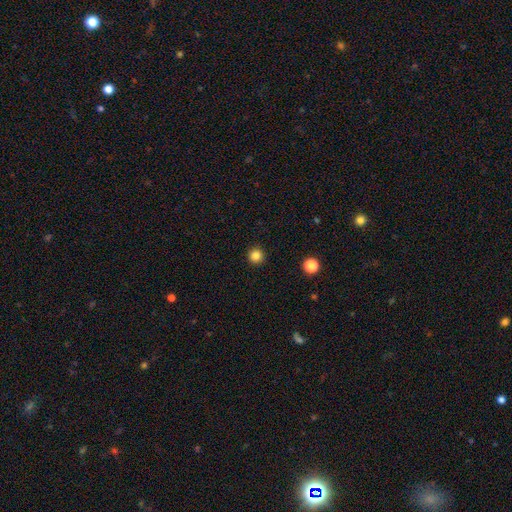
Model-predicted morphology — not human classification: A smooth galaxy with no disk features (84%) that is round (96%).

Vote fractions:
- Smooth or featured? smooth: 84% / star or artifact: 12% / featured or disk: 4%
- How rounded? round: 96% / in between: 3% / cigar-shaped: 1%
- Merging? none: 93% / minor disturbance: 4% / major disturbance: 2% / merger: 1%